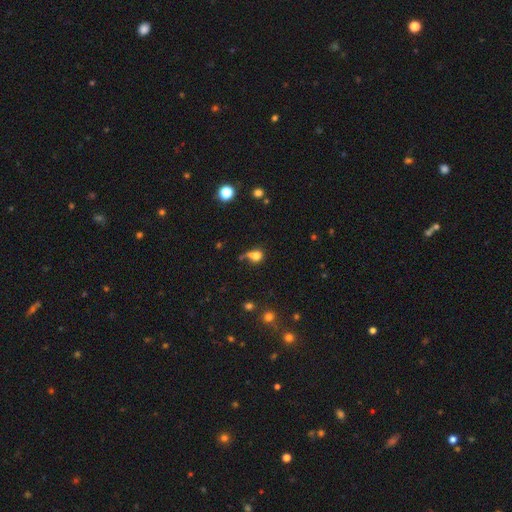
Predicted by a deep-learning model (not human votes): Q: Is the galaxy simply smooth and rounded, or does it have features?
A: smooth — 70%.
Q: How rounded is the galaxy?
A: round — 66%.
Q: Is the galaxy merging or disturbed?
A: none — 37%.